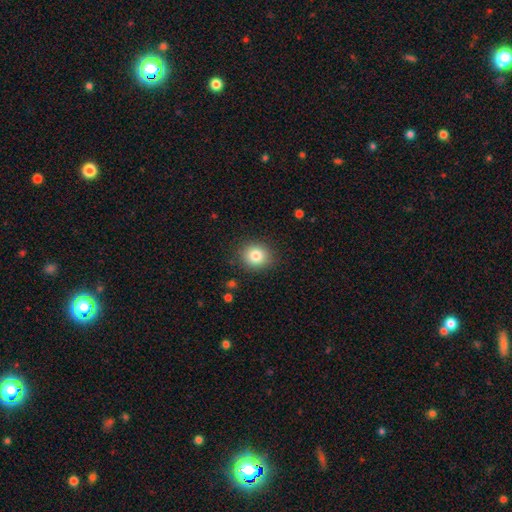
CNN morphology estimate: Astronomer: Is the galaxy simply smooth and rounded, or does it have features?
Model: smooth — 83%.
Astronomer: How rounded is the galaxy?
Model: round — 81%.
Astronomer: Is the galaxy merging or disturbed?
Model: none — 88%.